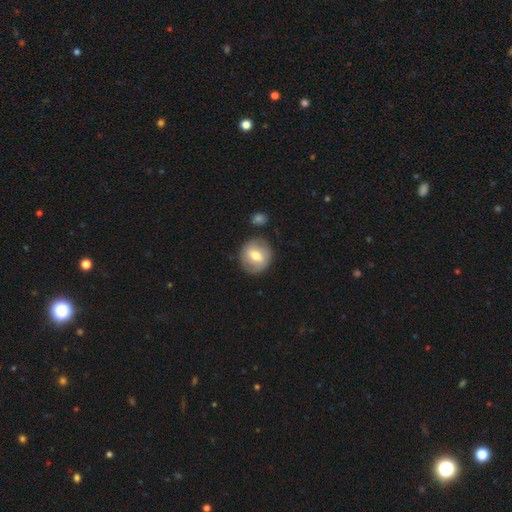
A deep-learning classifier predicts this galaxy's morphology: smooth_or_featured: smooth (p=0.56) [alt: featured or disk p=0.38]
how_rounded: round (p=0.87) [alt: in between p=0.12]
merging: none (p=0.83) [alt: minor disturbance p=0.11]